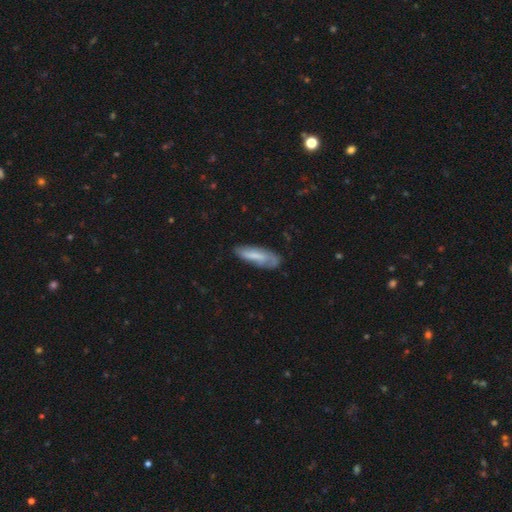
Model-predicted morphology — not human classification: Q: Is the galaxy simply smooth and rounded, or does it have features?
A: smooth — 60%.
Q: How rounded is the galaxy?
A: in between — 50%.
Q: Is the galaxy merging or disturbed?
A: none — 60%.